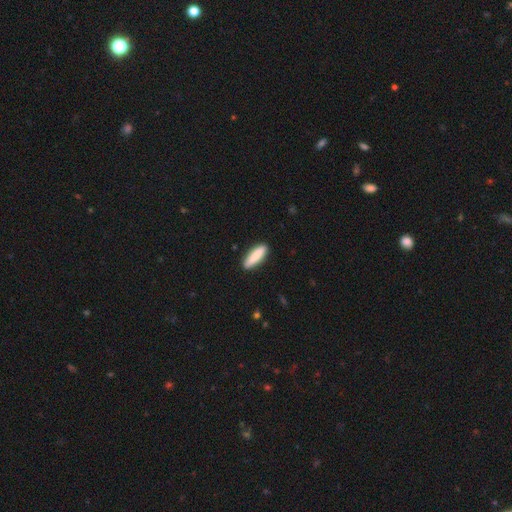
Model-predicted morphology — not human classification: The model was most divided on "how rounded": cigar-shaped: 64%, in between: 35%, round: 1%. More confident: merging — none (89%); smooth or featured — smooth (88%).